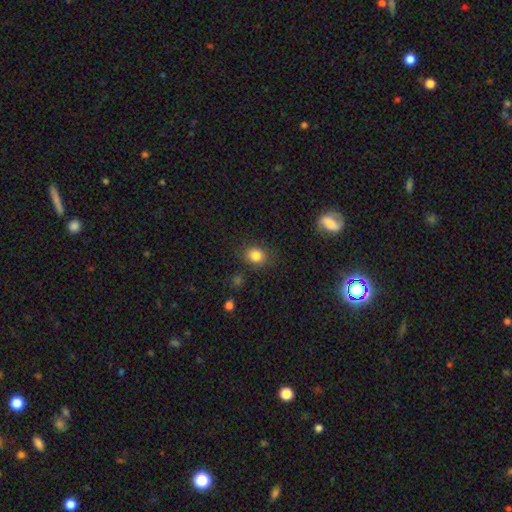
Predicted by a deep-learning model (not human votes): smooth-or-featured: smooth: 84% | star or artifact: 11% | featured or disk: 5%
  how-rounded: round: 66% | in between: 33% | cigar-shaped: 1%
  merging: none: 82% | minor disturbance: 12% | major disturbance: 4% | merger: 2%